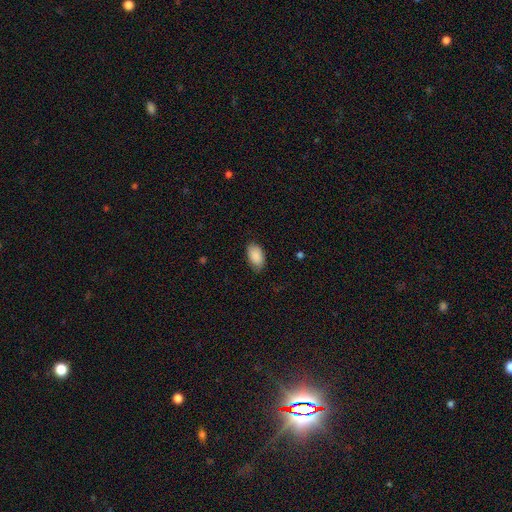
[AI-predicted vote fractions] This is clearly a smooth galaxy (89%). How rounded: clearly in between (94%). Merging: likely none (79%).